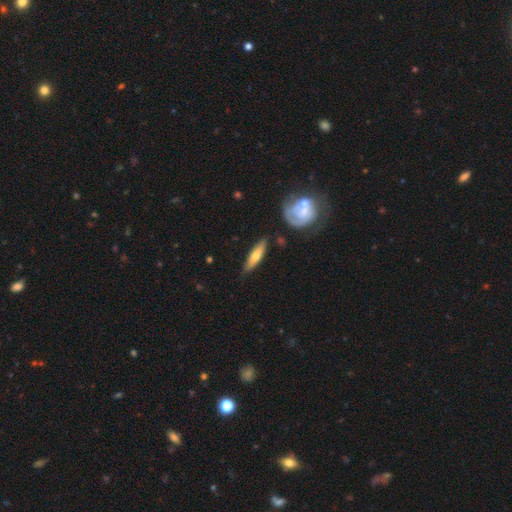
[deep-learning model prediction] smooth-or-featured: smooth: 56% | featured or disk: 38% | star or artifact: 6%
  how-rounded: cigar-shaped: 70% | in between: 28% | round: 2%
  merging: none: 80% | minor disturbance: 14% | merger: 3% | major disturbance: 3%